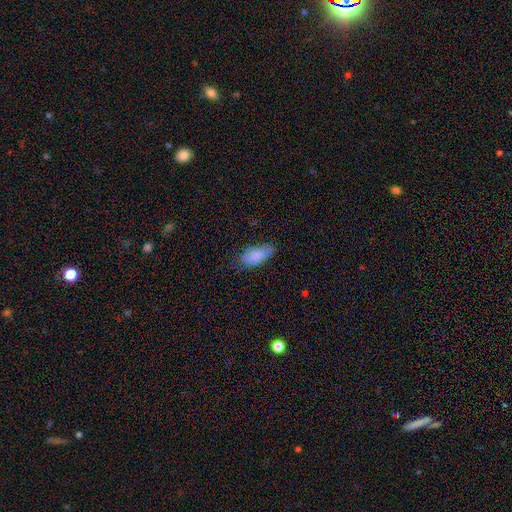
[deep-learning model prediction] This is clearly a smooth galaxy (82%). How rounded: clearly in between (91%). Merging: likely none (63%).